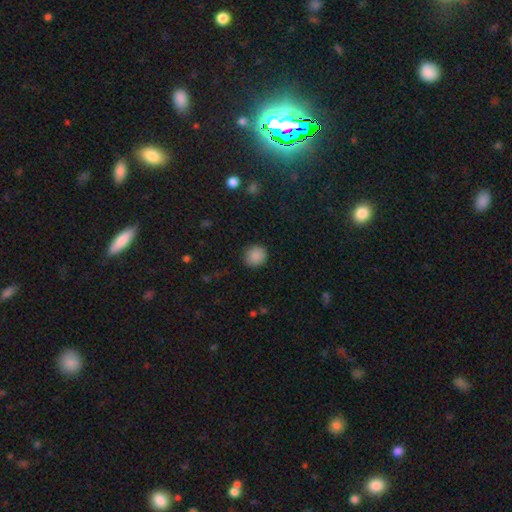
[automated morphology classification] Q: Smooth or featured?
A: smooth (88%); runner-up: star or artifact (9%)
Q: How rounded?
A: round (86%); runner-up: in between (13%)
Q: Merging?
A: none (89%); runner-up: minor disturbance (8%)